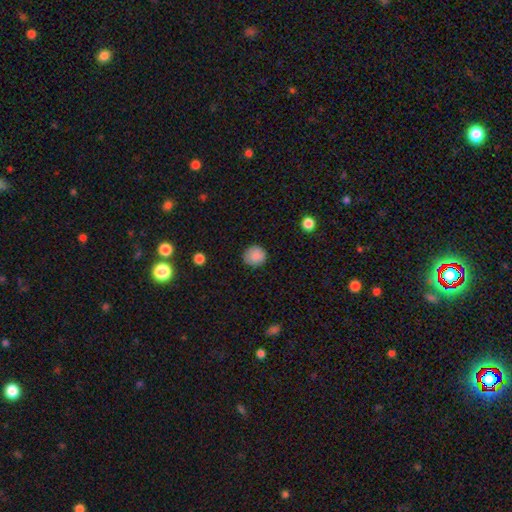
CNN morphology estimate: smooth 88%, star or artifact 8%, featured or disk 4%. Down the decision tree: how rounded — round (88%); merging — none (86%).